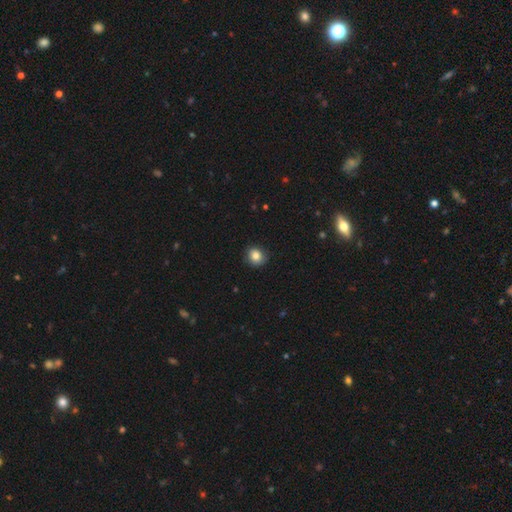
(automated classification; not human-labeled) This is clearly a smooth galaxy (82%). How rounded: clearly round (82%). Merging: clearly none (87%).